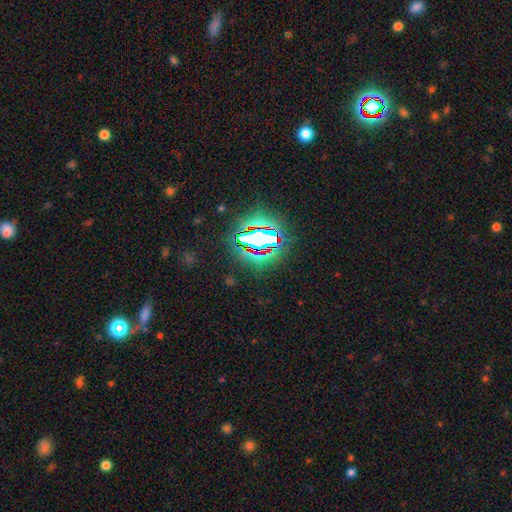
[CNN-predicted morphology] Smooth or featured?
  - star or artifact: 82% *
  - smooth: 10%
  - featured or disk: 8%